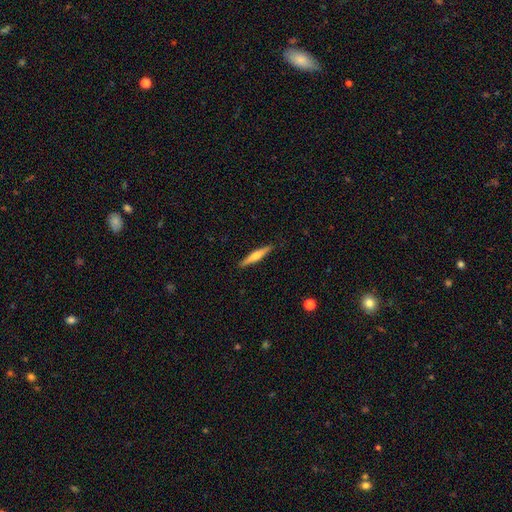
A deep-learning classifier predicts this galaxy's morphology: This is possibly a smooth galaxy (50%). How rounded: clearly cigar-shaped (92%). Merging: clearly none (89%).